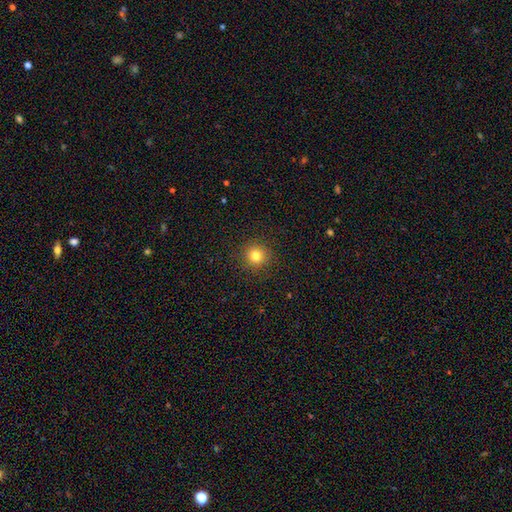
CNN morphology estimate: Overall: smooth (81%). How rounded: round (93%). Merging: none (91%).